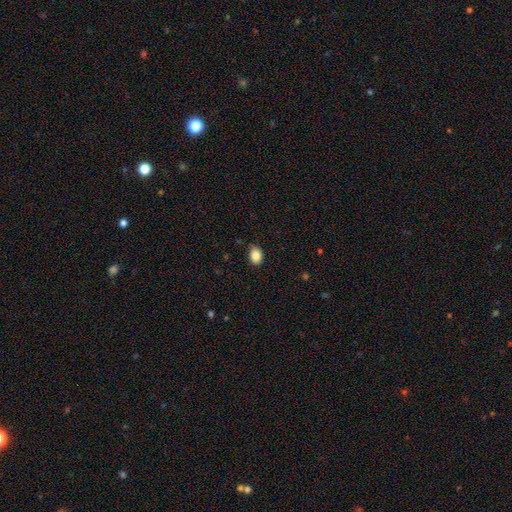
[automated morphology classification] A smooth galaxy with no disk features (86%) that is in between round and cigar-shaped (74%). Merging: none (78%).